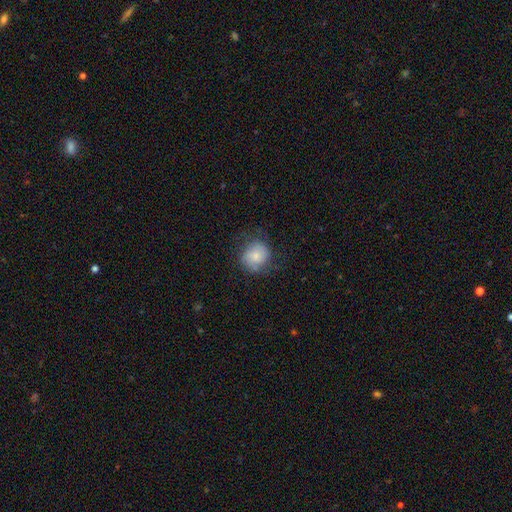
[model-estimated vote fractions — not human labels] Smooth or featured? Predicted: smooth (p=0.64). How rounded? Predicted: round (p=0.78). Merging? Predicted: none (p=0.63).